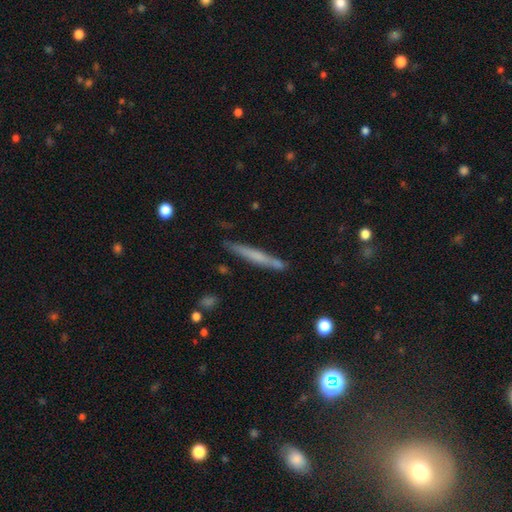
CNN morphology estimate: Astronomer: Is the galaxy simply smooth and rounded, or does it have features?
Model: smooth — 53% (runner-up: featured or disk, 41%).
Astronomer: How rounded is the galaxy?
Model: cigar-shaped — 96%.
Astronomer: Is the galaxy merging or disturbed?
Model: none — 82%.